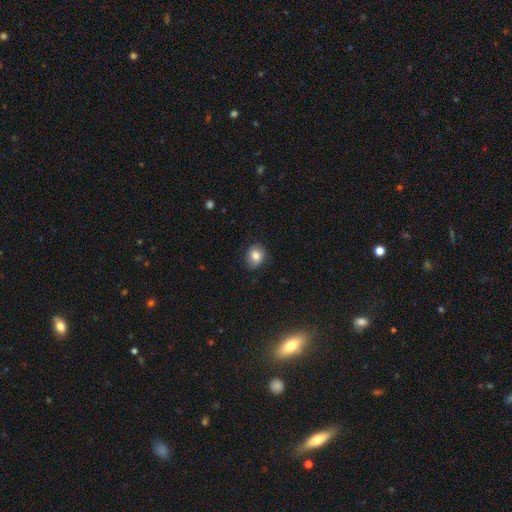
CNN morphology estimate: Smooth or featured? smooth (79%)
How rounded? round (66%)
Merging? none (76%)